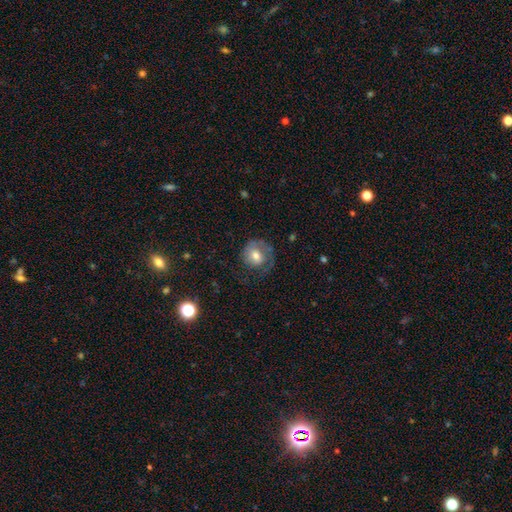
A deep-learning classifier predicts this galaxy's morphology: A smooth galaxy with no disk features (54%) that is round (79%).

Vote fractions:
- Smooth or featured? smooth: 54% / featured or disk: 38% / star or artifact: 8%
- How rounded? round: 79% / in between: 20% / cigar-shaped: 1%
- Merging? none: 50% / major disturbance: 27% / minor disturbance: 21% / merger: 2%